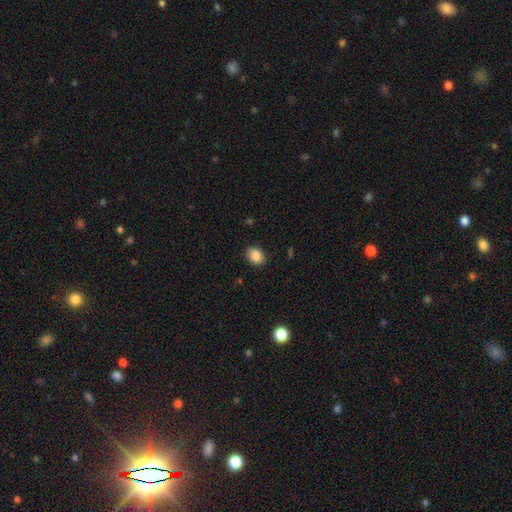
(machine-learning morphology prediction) type=smooth (87%); roundness=in between (54%); merging=none (87%).